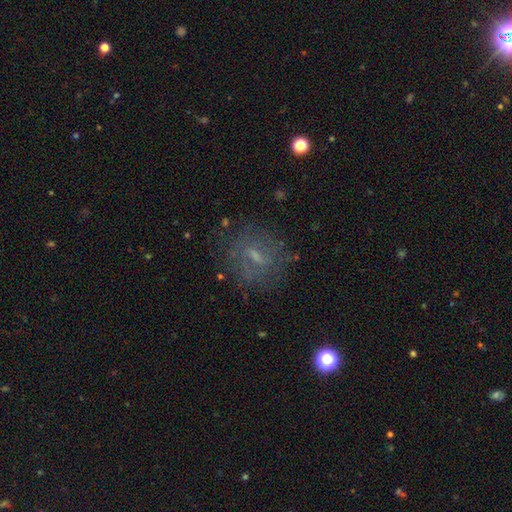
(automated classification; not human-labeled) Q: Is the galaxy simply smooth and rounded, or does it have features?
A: featured or disk — 42%.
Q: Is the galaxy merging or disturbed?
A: none — 76%.